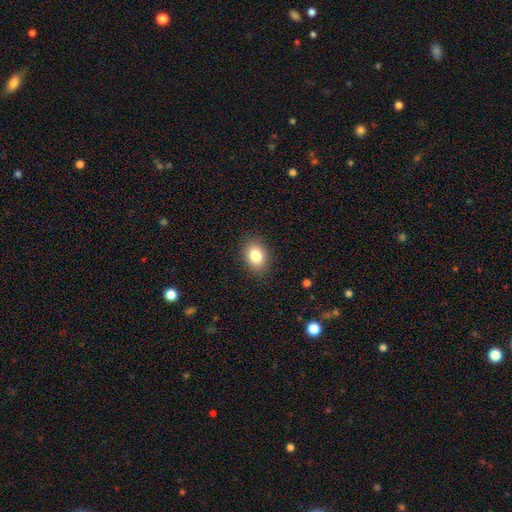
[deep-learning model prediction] Smooth or featured?
  - smooth: 83% *
  - star or artifact: 10%
  - featured or disk: 7%
How rounded?
  - in between: 64% *
  - round: 35%
  - cigar-shaped: 1%
Merging?
  - none: 88% *
  - minor disturbance: 9%
  - major disturbance: 3%
  - merger: 1%